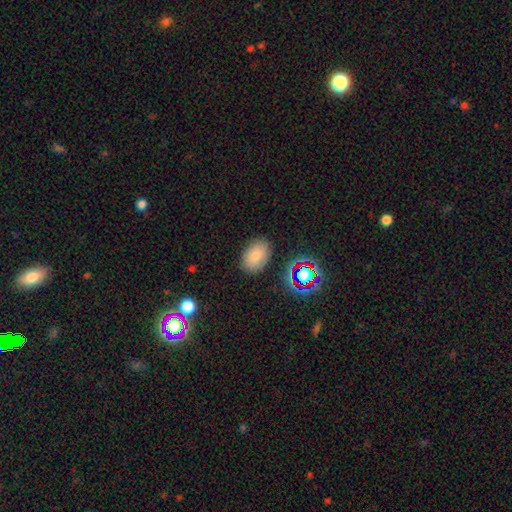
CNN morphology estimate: Overall: smooth (80%). How rounded: in between (85%). Merging: none (85%).